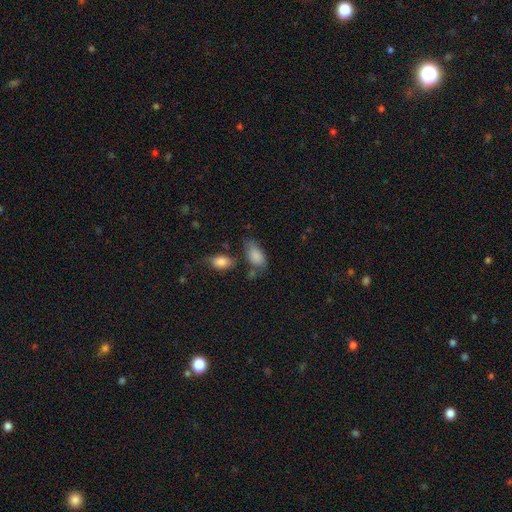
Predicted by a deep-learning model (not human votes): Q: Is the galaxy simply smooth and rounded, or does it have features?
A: smooth — 85%.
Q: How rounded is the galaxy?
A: in between — 91%.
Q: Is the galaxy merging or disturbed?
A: none — 51%.